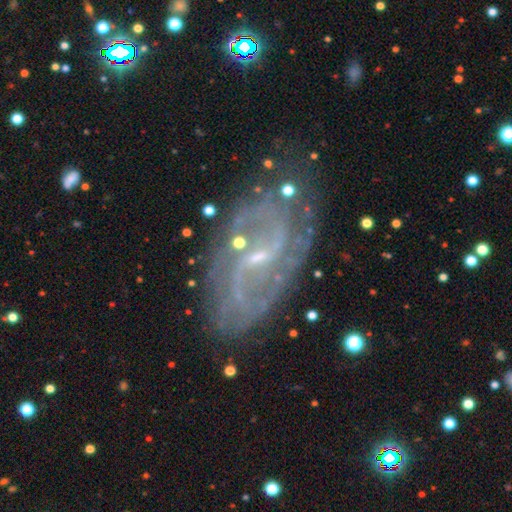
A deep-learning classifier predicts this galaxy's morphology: This appears to be a featured or disk galaxy (87%) with a weak bar (51%), 2 (63%) medium (46%) spiral arms (95%) and a small central bulge (78%). Merging: none (74%).